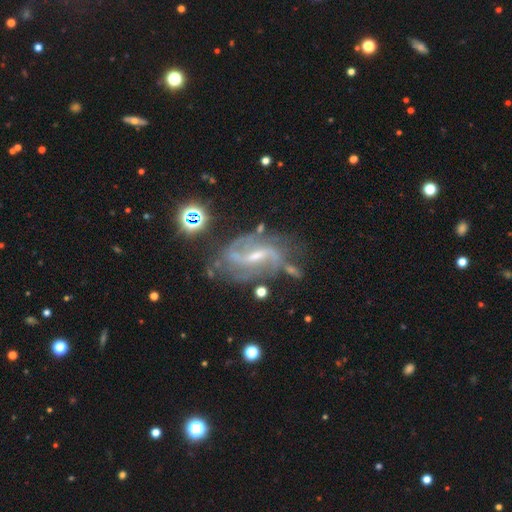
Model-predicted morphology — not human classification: smooth-or-featured: featured or disk: 87% | star or artifact: 8% | smooth: 5%
  disk-edge-on: no: 95% | yes: 5%
    bar: weak: 46% | strong: 39% | no: 15%
    has-spiral-arms: yes: 95% | no: 5%
      spiral-winding: medium: 44% | loose: 39% | tight: 17%
      spiral-arm-count: 2: 76% | can't tell: 10% | 3: 6% | 1: 3% | 4: 3% | more than 4: 2%
    bulge-size: small: 62% | moderate: 29% | none: 6% | large: 1% | dominant: 1%
  merging: none: 61% | minor disturbance: 21% | major disturbance: 12% | merger: 6%